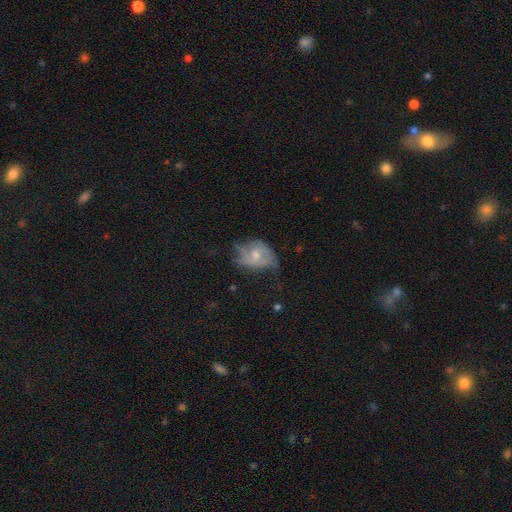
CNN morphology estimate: Smooth or featured: featured or disk — 54% (smooth — 38%)
Edge-on disk: no — 96% (yes — 4%)
Bar: no — 68% (weak — 27%)
Spiral arms: yes — 59% (no — 41%)
Bulge size: moderate — 55% (small — 33%)
Merging: none — 37% (minor disturbance — 34%)